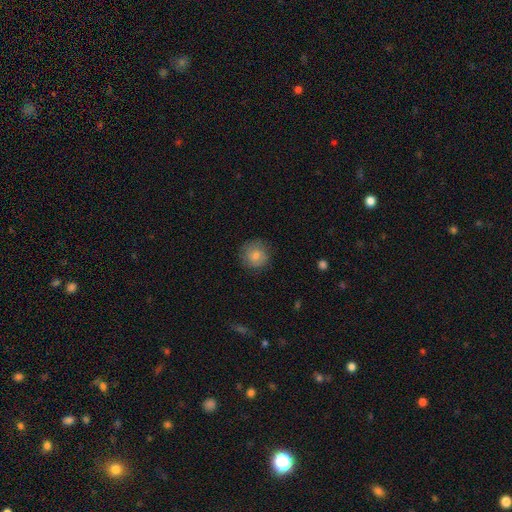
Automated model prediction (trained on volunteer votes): This appears to be a smooth galaxy with no disk features (81%) that is round (92%). Merging: none (83%).